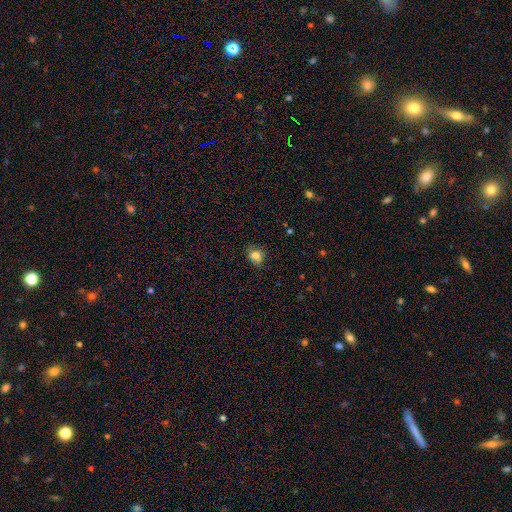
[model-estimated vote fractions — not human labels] Overall: smooth (77%). How rounded: round (62%; in between 37%). Merging: none (75%).